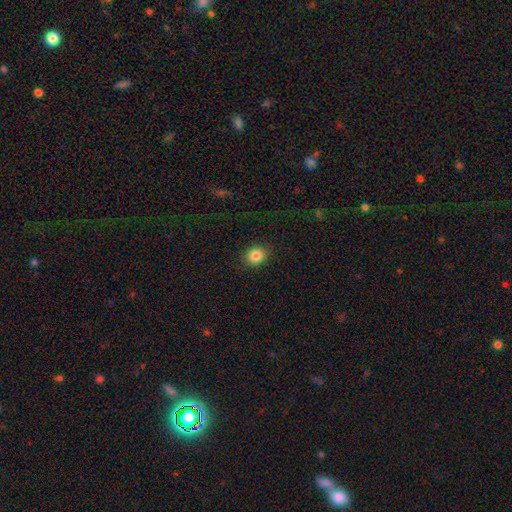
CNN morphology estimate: A smooth galaxy with no disk features (85%) that is round (71%). Merging: none (90%).